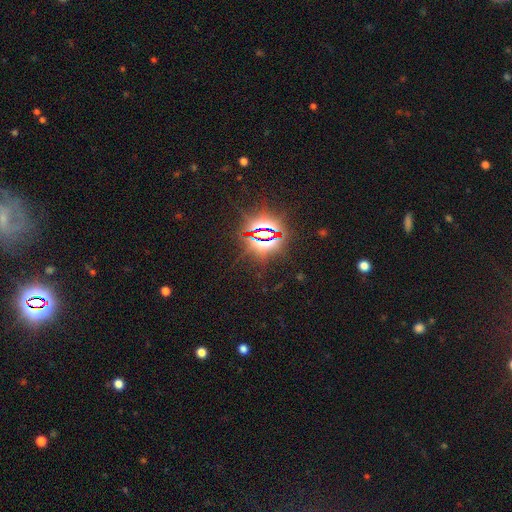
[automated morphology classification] smooth-or-featured: star or artifact: 84% | smooth: 9% | featured or disk: 7%